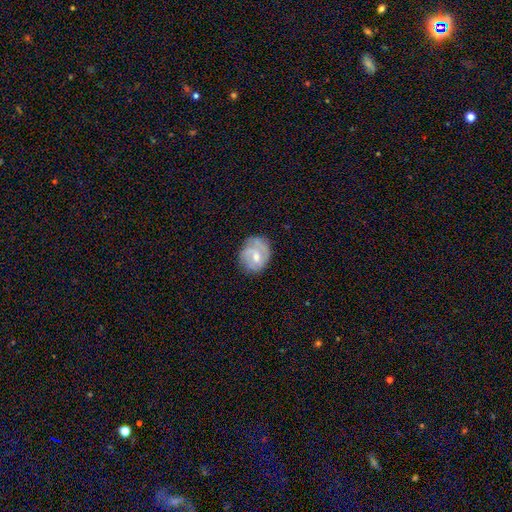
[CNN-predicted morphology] This appears to be a featured or disk galaxy (49%). Merging: none (62%).